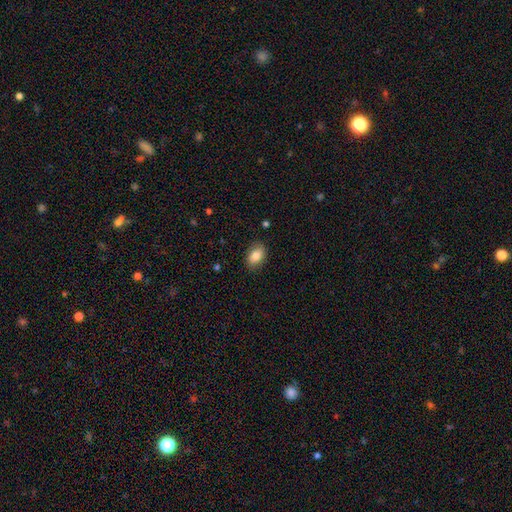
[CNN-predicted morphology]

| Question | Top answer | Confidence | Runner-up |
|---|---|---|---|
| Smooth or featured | smooth | 85% | featured or disk (8%) |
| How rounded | in between | 86% | round (13%) |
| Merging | none | 85% | minor disturbance (11%) |